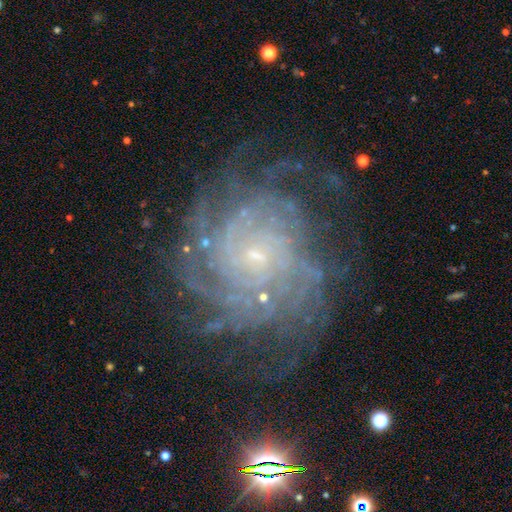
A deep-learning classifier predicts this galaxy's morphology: Smooth or featured?
  - featured or disk: 87% *
  - star or artifact: 8%
  - smooth: 5%
Edge-on disk?
  - no: 97% *
  - yes: 3%
Bar?
  - no: 73% *
  - weak: 21%
  - strong: 6%
Spiral arms?
  - yes: 97% *
  - no: 3%
Spiral winding?
  - tight: 75% *
  - medium: 21%
  - loose: 5%
Spiral arm count?
  - more than 4: 29% *
  - can't tell: 24%
  - 4: 20%
  - 3: 10%
  - 2: 9%
  - 1: 8%
Bulge size?
  - small: 84% *
  - moderate: 10%
  - none: 3%
  - large: 1%
  - dominant: 1%
Merging?
  - none: 73% *
  - minor disturbance: 16%
  - major disturbance: 9%
  - merger: 2%